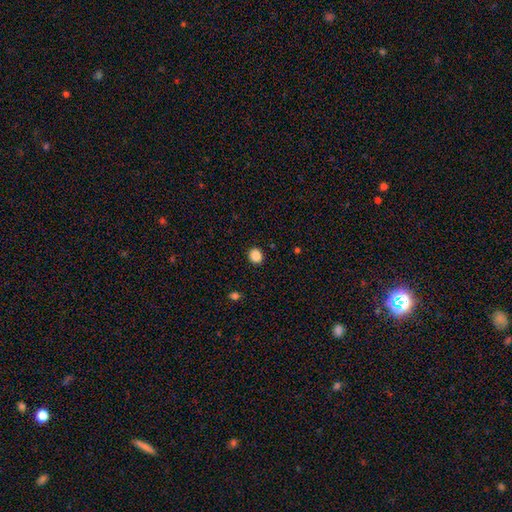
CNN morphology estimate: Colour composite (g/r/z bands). It shows a smooth galaxy with no disk features (88%) that is round (68%). Merging: none (91%).